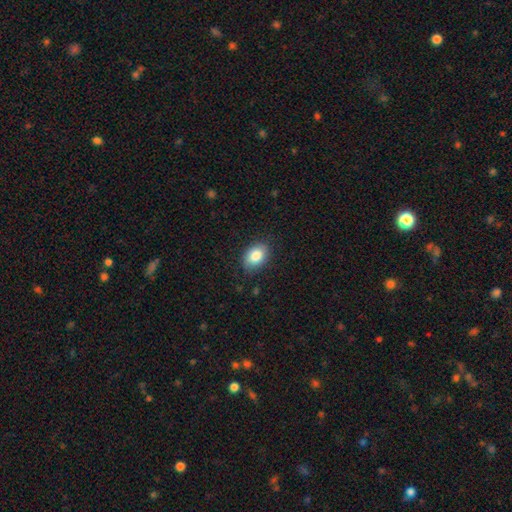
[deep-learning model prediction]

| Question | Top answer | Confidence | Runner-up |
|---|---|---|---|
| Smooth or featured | smooth | 84% | star or artifact (8%) |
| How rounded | in between | 79% | round (20%) |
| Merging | none | 83% | minor disturbance (13%) |